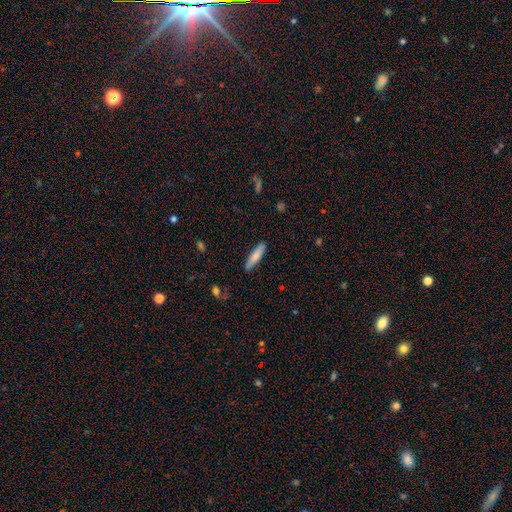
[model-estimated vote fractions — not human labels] This appears to be a smooth galaxy with no disk features (78%) that is cigar-shaped (81%). Merging: none (86%).